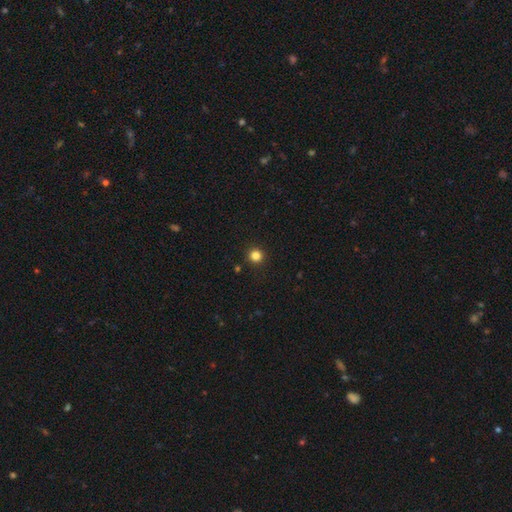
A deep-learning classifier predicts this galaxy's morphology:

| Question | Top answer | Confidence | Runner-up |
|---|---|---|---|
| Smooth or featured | smooth | 83% | star or artifact (13%) |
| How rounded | round | 95% | in between (4%) |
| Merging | none | 93% | minor disturbance (4%) |